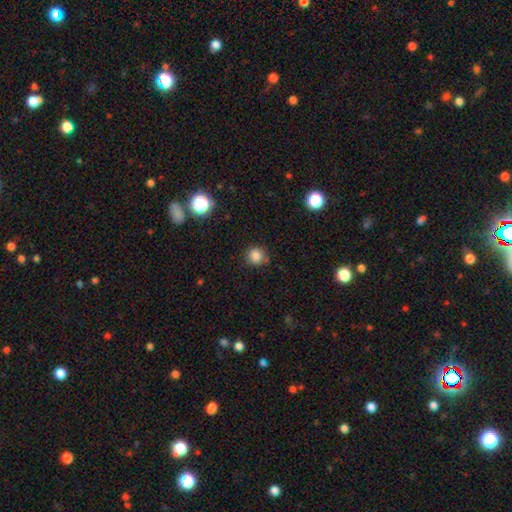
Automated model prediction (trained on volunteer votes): The model was most divided on "merging": none: 81%, minor disturbance: 13%, major disturbance: 3%, merger: 2%. More confident: how rounded — round (91%); smooth or featured — smooth (83%).